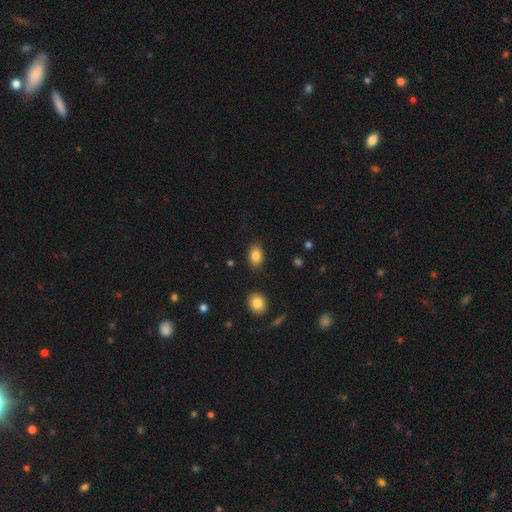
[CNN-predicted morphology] A smooth galaxy with no disk features (84%) that is in between round and cigar-shaped (85%).

Vote fractions:
- Smooth or featured? smooth: 84% / star or artifact: 9% / featured or disk: 7%
- How rounded? in between: 85% / round: 13% / cigar-shaped: 2%
- Merging? none: 85% / minor disturbance: 10% / major disturbance: 3% / merger: 2%